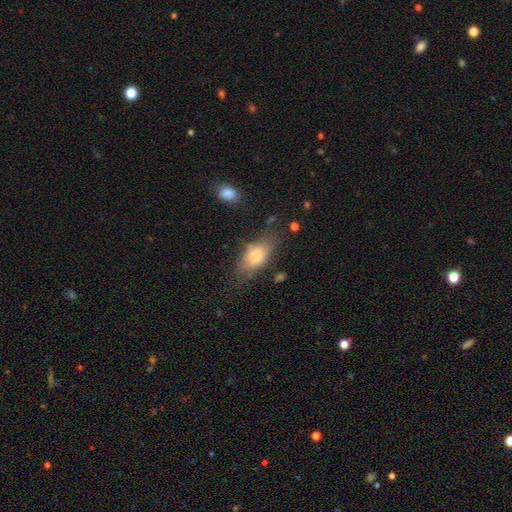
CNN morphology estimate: Smooth or featured? smooth (70%)
How rounded? in between (81%)
Merging? none (66%)